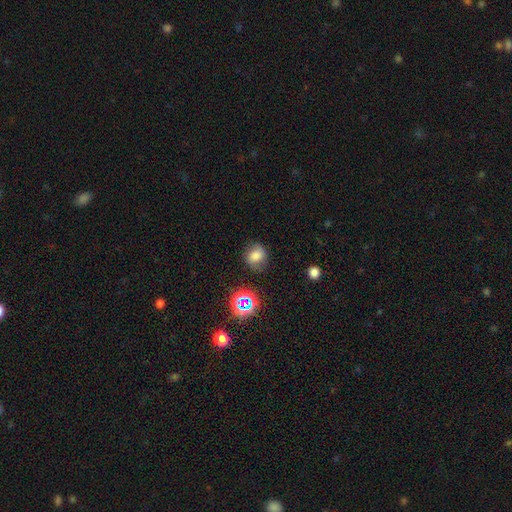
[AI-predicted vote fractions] Morphology: type=smooth (65%); roundness=round (70%); merging=none (72%).